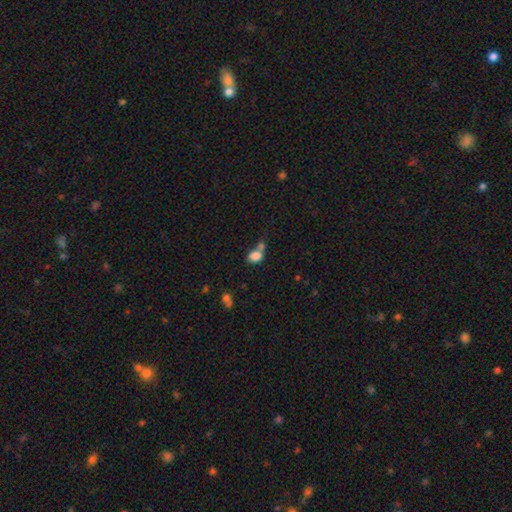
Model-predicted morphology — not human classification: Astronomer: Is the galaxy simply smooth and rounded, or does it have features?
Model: smooth — 81%.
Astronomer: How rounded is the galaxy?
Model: in between — 70%.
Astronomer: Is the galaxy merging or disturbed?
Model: merger — 49% (runner-up: none, 33%).